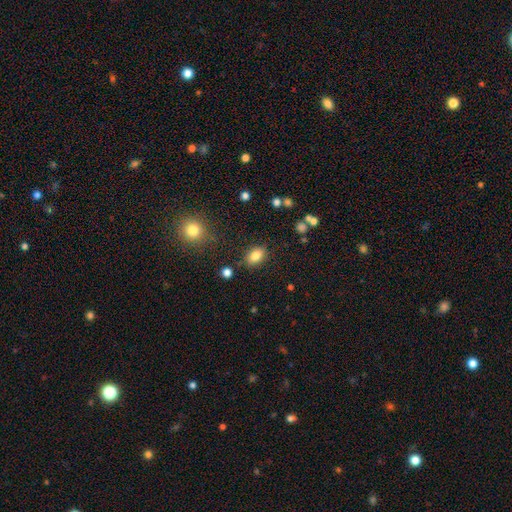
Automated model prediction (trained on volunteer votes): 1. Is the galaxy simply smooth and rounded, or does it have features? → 84% smooth, 9% star or artifact, 7% featured or disk.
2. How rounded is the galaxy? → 86% in between, 13% round, 2% cigar-shaped.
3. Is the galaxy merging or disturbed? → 84% none, 11% minor disturbance, 3% major disturbance, 3% merger.